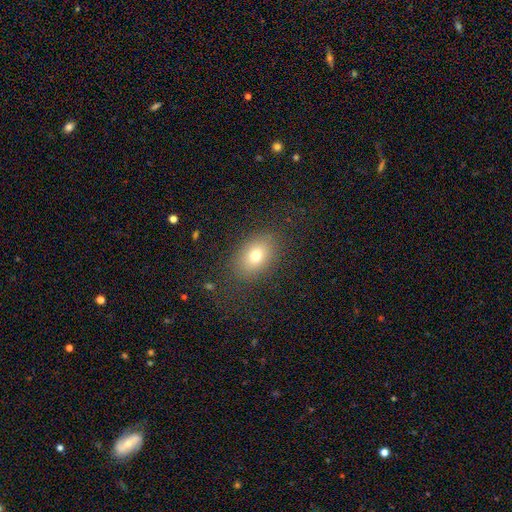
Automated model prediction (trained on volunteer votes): Smooth or featured?
  - smooth: 74% *
  - featured or disk: 14%
  - star or artifact: 12%
How rounded?
  - in between: 75% *
  - round: 24%
  - cigar-shaped: 1%
Merging?
  - none: 83% *
  - minor disturbance: 11%
  - major disturbance: 5%
  - merger: 1%